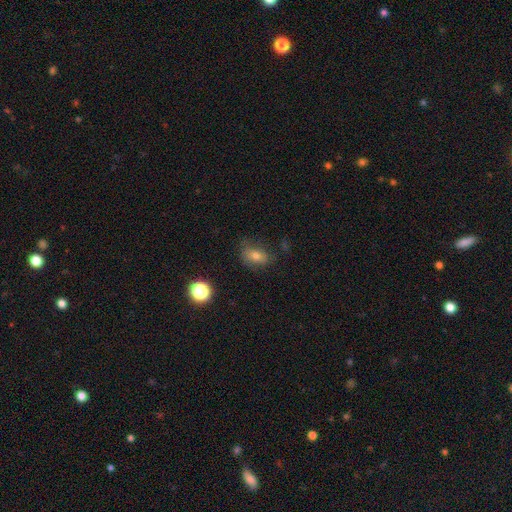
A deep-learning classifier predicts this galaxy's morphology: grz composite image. It shows a smooth galaxy with no disk features (68%) that is in between round and cigar-shaped (76%). Merging: none (64%).